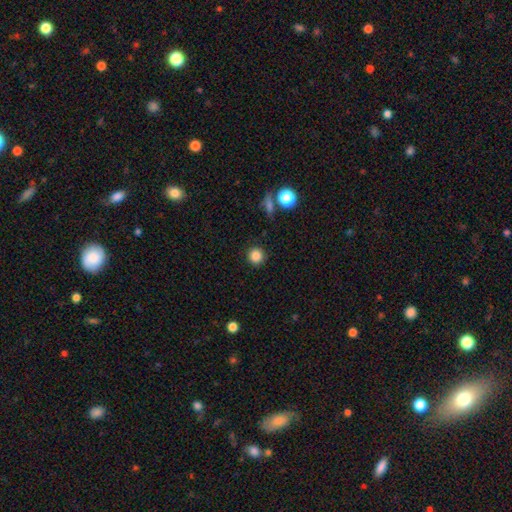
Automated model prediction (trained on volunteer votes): Q: Smooth or featured?
A: smooth (85%); runner-up: star or artifact (11%)
Q: How rounded?
A: round (94%); runner-up: in between (5%)
Q: Merging?
A: none (91%); runner-up: minor disturbance (5%)